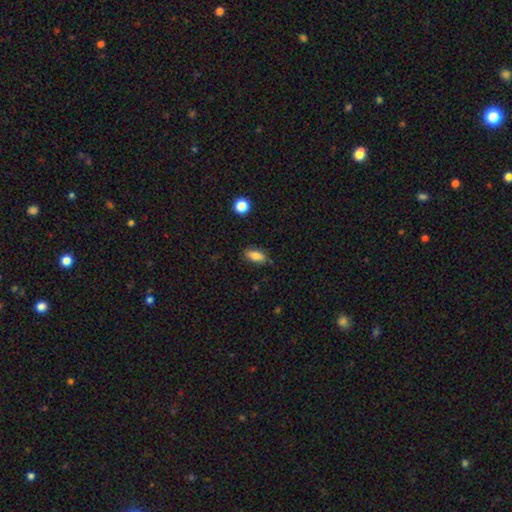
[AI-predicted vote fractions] Smooth or featured? smooth (81%)
How rounded? in between (84%)
Merging? none (80%)